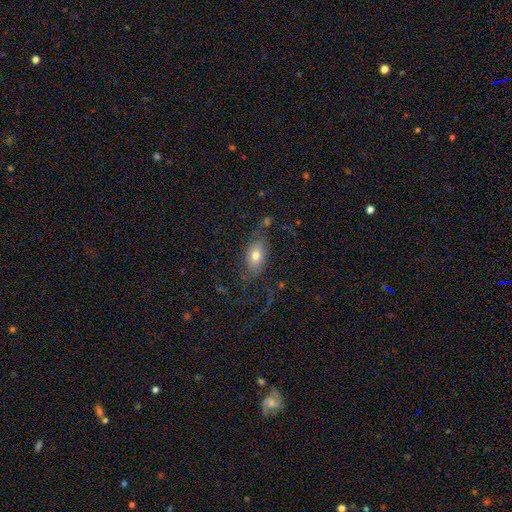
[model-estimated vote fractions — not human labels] Overall: smooth (63%; featured or disk 26%). How rounded: in between (85%). Merging: none (56%; minor disturbance 21%).